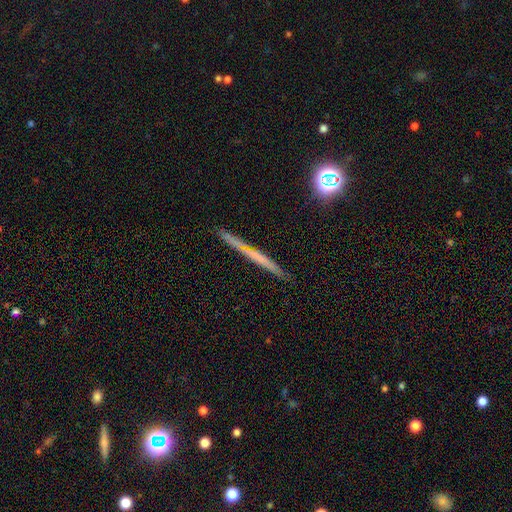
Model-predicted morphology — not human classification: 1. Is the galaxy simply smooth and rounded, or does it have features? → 49% featured or disk, 41% smooth, 10% star or artifact.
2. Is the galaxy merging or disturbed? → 87% none, 9% minor disturbance, 2% merger, 2% major disturbance.